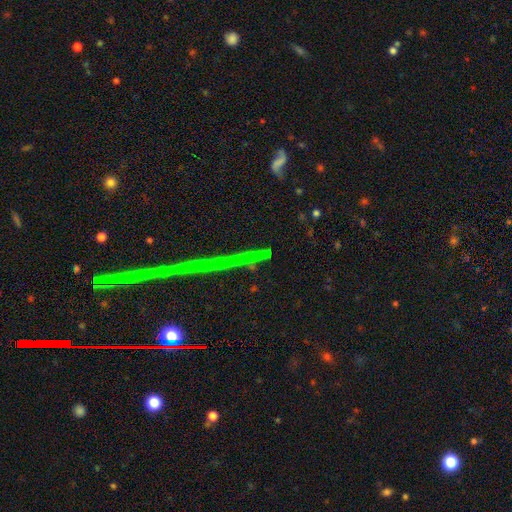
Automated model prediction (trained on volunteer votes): Smooth or featured: star or artifact — 75% (featured or disk — 15%)